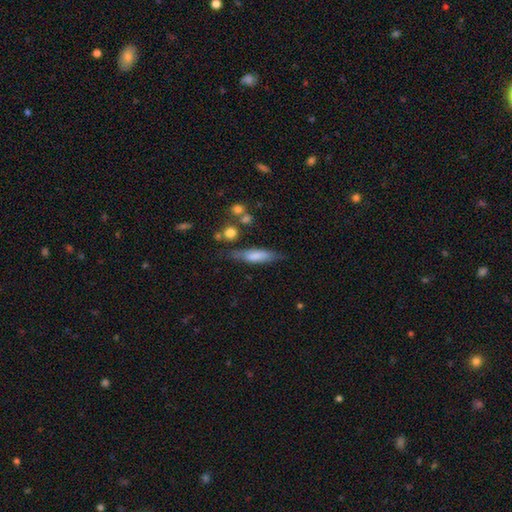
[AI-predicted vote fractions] smooth-or-featured: smooth: 67% | featured or disk: 27% | star or artifact: 6%
  how-rounded: cigar-shaped: 65% | in between: 32% | round: 2%
  merging: none: 67% | minor disturbance: 22% | major disturbance: 7% | merger: 5%